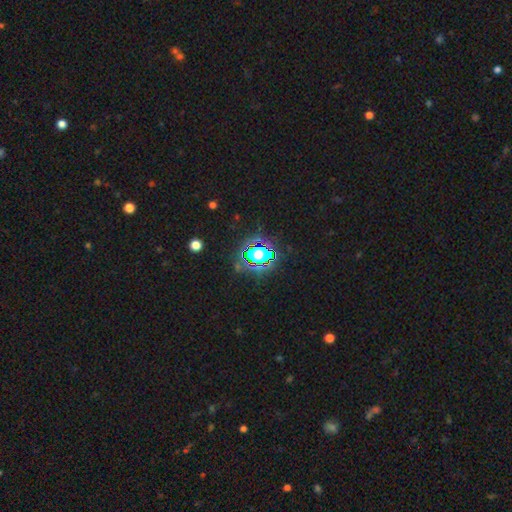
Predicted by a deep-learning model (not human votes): A star or artifact, not a galaxy (63%).